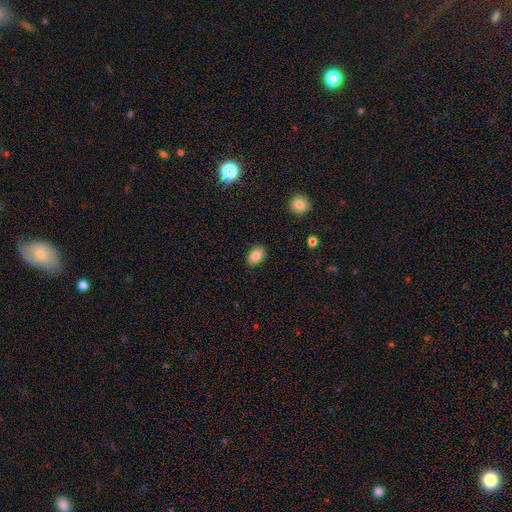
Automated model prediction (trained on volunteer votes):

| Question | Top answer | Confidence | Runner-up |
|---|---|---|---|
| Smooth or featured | smooth | 83% | star or artifact (9%) |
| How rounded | in between | 85% | round (14%) |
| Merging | none | 88% | minor disturbance (9%) |